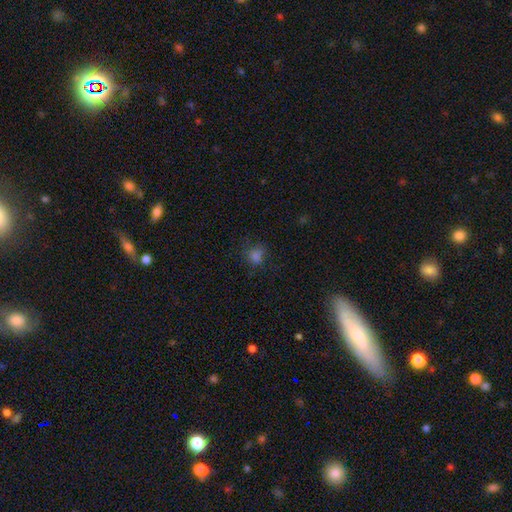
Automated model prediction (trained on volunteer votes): A smooth galaxy with no disk features (74%) that is round (69%). Merging: none (66%).